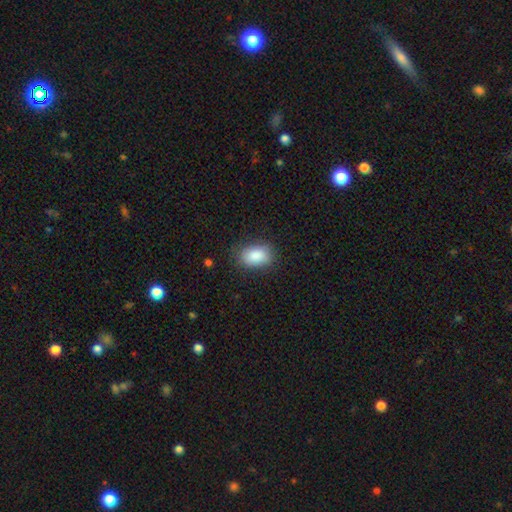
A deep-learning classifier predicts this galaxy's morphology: A smooth galaxy with no disk features (88%) that is in between round and cigar-shaped (86%). Merging: none (82%).